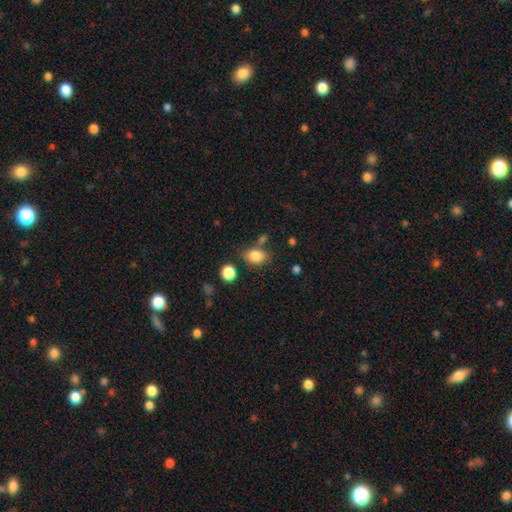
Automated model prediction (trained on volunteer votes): Smooth or featured? Predicted: smooth (p=0.83). How rounded? Predicted: in between (p=0.72). Merging? Predicted: none (p=0.70).